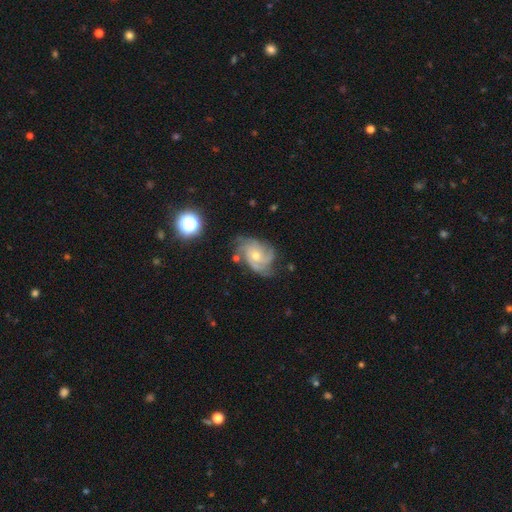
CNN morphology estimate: Q: Smooth or featured?
A: featured or disk (82%); runner-up: smooth (10%)
Q: Edge-on disk?
A: no (97%); runner-up: yes (3%)
Q: Bar?
A: no (75%); runner-up: weak (21%)
Q: Spiral arms?
A: yes (96%); runner-up: no (4%)
Q: Spiral winding?
A: tight (50%); runner-up: medium (39%)
Q: Spiral arm count?
A: 3 (43%); runner-up: 4 (18%)
Q: Bulge size?
A: moderate (53%); runner-up: small (43%)
Q: Merging?
A: none (65%); runner-up: minor disturbance (23%)